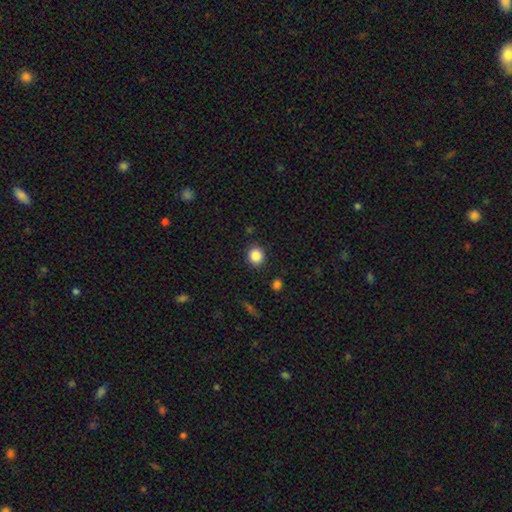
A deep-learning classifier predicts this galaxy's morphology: Smooth or featured? Predicted: smooth (p=0.86). How rounded? Predicted: round (p=0.86). Merging? Predicted: none (p=0.89).